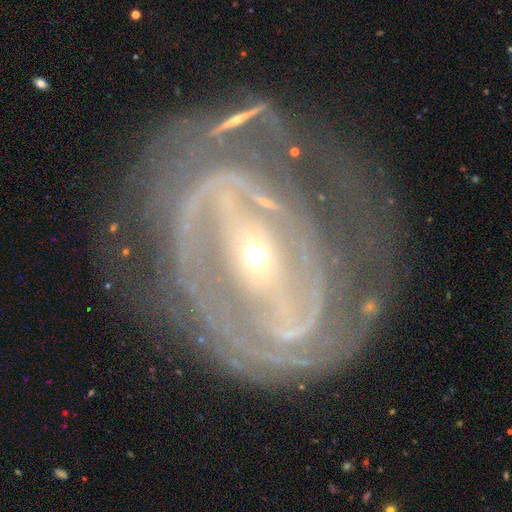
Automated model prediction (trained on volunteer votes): smooth-or-featured: featured or disk: 87% | smooth: 6% | star or artifact: 6%
  disk-edge-on: no: 94% | yes: 6%
    bar: strong: 65% | weak: 23% | no: 11%
    has-spiral-arms: yes: 84% | no: 16%
      spiral-winding: tight: 66% | medium: 26% | loose: 8%
      spiral-arm-count: 2: 39% | can't tell: 33% | 3: 10% | 4: 6% | 1: 6% | more than 4: 5%
    bulge-size: small: 67% | moderate: 29% | large: 2% | dominant: 1% | none: 1%
  merging: none: 62% | minor disturbance: 17% | major disturbance: 17% | merger: 4%